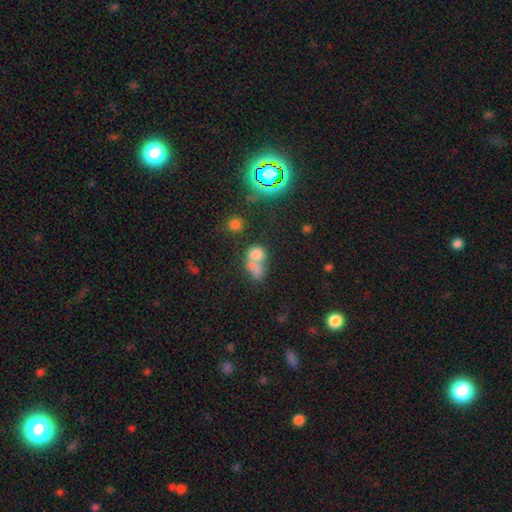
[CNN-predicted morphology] Overall: smooth (62%; star or artifact 23%). How rounded: round (56%; in between 41%). Merging: merger (59%; none 28%).